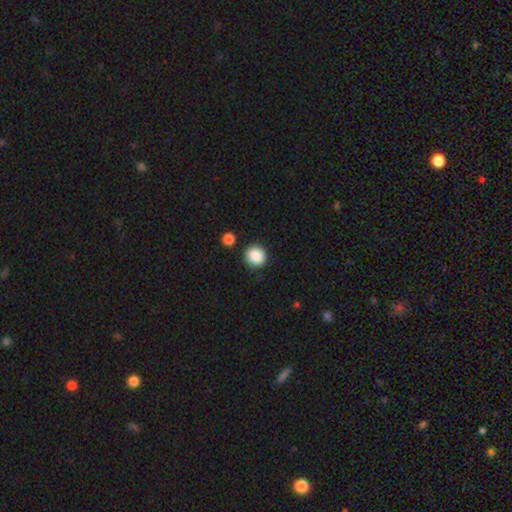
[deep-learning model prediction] Smooth or featured?
  - smooth: 88% *
  - star or artifact: 9%
  - featured or disk: 3%
How rounded?
  - round: 90% *
  - in between: 9%
  - cigar-shaped: 1%
Merging?
  - none: 87% *
  - minor disturbance: 8%
  - merger: 3%
  - major disturbance: 2%